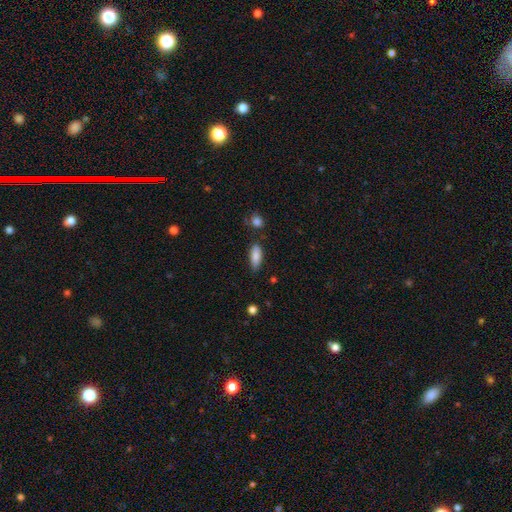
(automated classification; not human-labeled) This is clearly a smooth galaxy (83%). How rounded: likely in between (75%). Merging: likely none (73%).